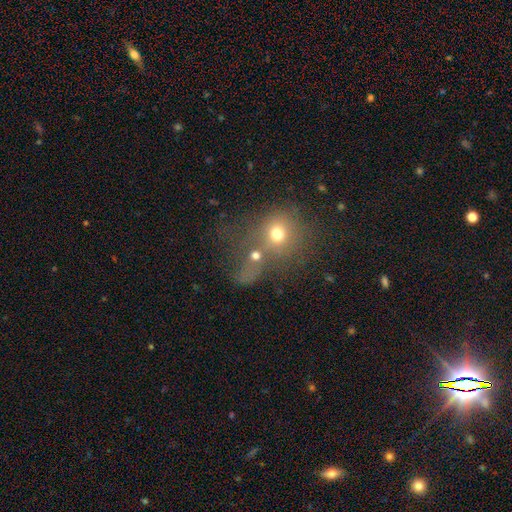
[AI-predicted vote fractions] Q: Smooth or featured?
A: smooth (61%); runner-up: star or artifact (20%)
Q: How rounded?
A: round (72%); runner-up: in between (26%)
Q: Merging?
A: merger (59%); runner-up: none (23%)